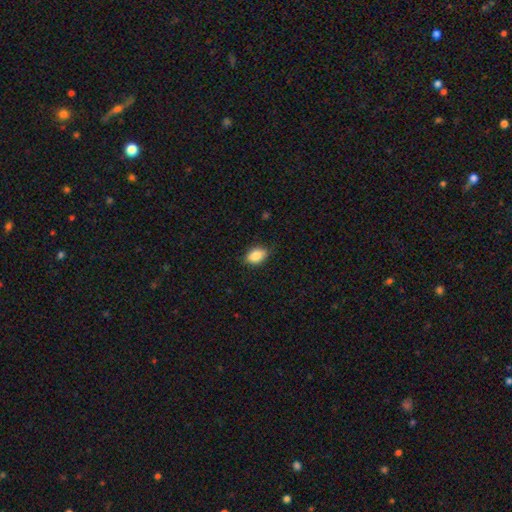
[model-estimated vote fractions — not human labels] smooth 88%, star or artifact 7%, featured or disk 5%. Down the decision tree: how rounded — in between (84%); merging — none (81%).